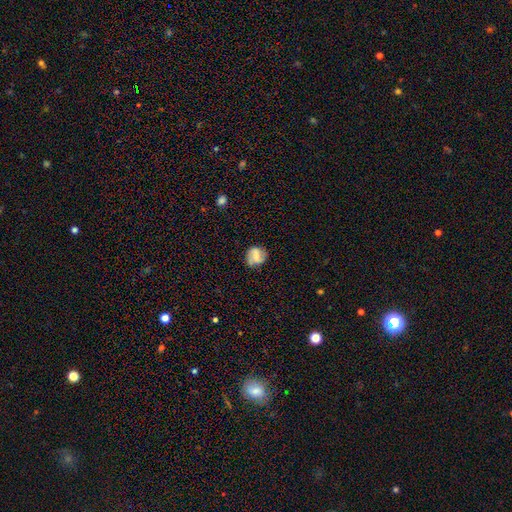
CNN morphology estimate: smooth_or_featured: featured or disk (p=0.52) [alt: smooth p=0.38]
disk_edge_on: no (p=0.97) [alt: yes p=0.03]
bar: weak (p=0.42) [alt: strong p=0.34]
has_spiral_arms: yes (p=0.81) [alt: no p=0.19]
bulge_size: small (p=0.32) [alt: none p=0.31]
merging: none (p=0.73) [alt: minor disturbance p=0.18]